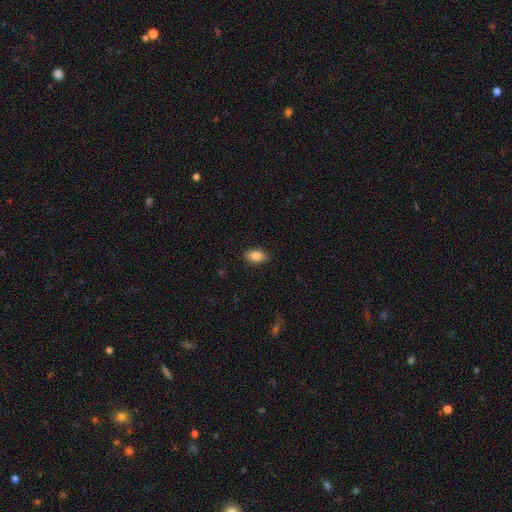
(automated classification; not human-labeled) The model was most divided on "merging": none: 86%, minor disturbance: 11%, major disturbance: 2%, merger: 1%. More confident: how rounded — in between (89%); smooth or featured — smooth (85%).